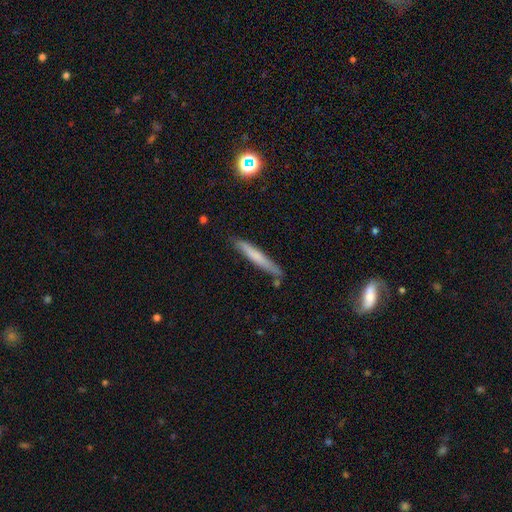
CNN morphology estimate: Smooth or featured?
  - smooth: 63% *
  - featured or disk: 30%
  - star or artifact: 7%
How rounded?
  - cigar-shaped: 95% *
  - in between: 4%
  - round: 1%
Merging?
  - none: 80% *
  - minor disturbance: 14%
  - merger: 3%
  - major disturbance: 2%